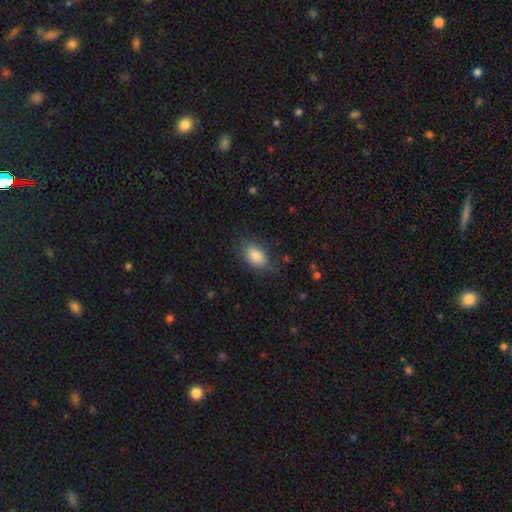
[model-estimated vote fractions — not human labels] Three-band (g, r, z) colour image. It shows a smooth galaxy with no disk features (86%) that is in between round and cigar-shaped (87%). Merging: none (73%).